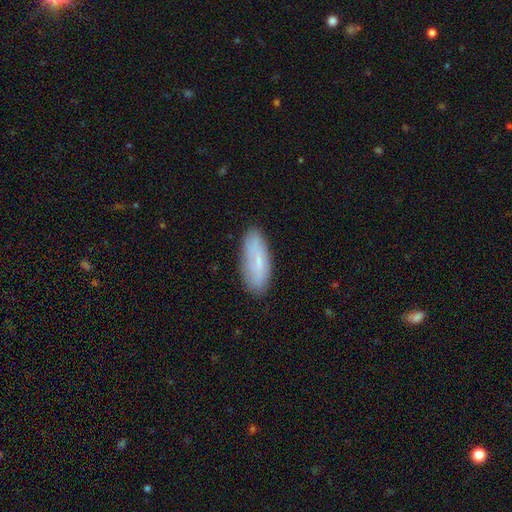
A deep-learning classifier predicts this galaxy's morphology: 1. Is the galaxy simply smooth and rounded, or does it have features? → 68% smooth, 23% featured or disk, 9% star or artifact.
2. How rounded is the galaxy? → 64% in between, 33% cigar-shaped, 2% round.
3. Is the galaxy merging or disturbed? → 86% none, 11% minor disturbance, 2% major disturbance, 1% merger.